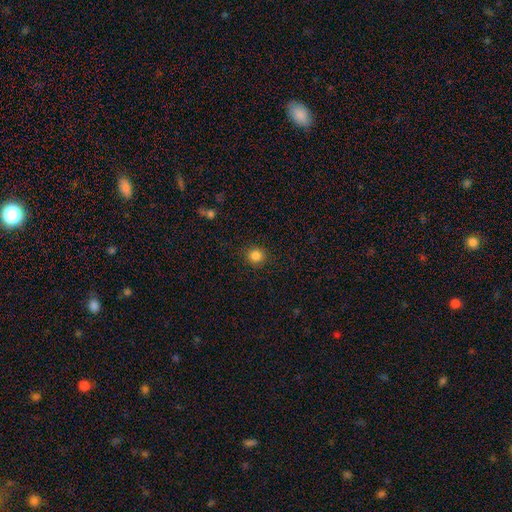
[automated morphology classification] A smooth galaxy with no disk features (83%) that is round (91%). Merging: none (91%).